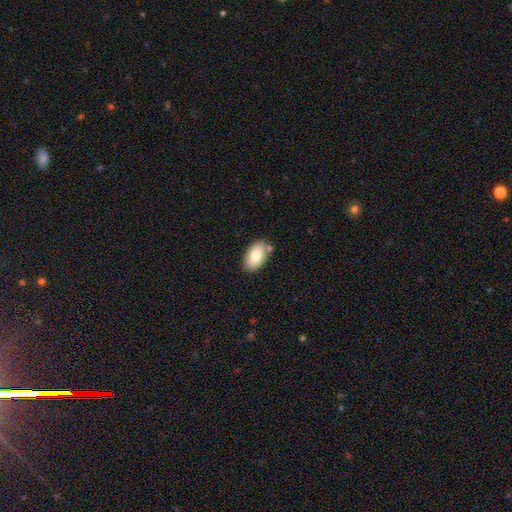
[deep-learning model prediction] This is likely a smooth galaxy (79%). How rounded: clearly in between (94%). Merging: likely none (77%).